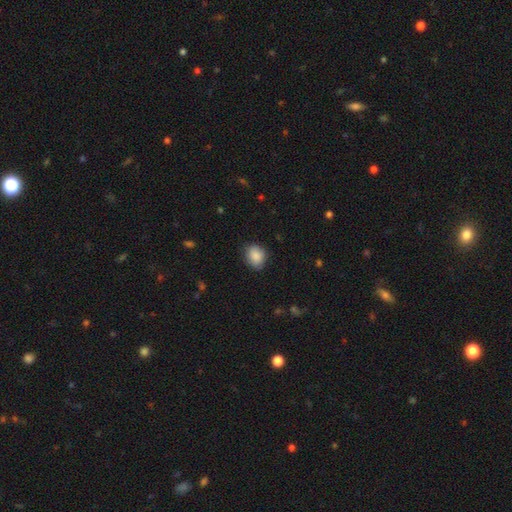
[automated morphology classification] A smooth galaxy with no disk features (87%) that is round (51%).

Vote fractions:
- Smooth or featured? smooth: 87% / star or artifact: 7% / featured or disk: 5%
- How rounded? round: 51% / in between: 48% / cigar-shaped: 1%
- Merging? none: 78% / minor disturbance: 17% / major disturbance: 3% / merger: 1%